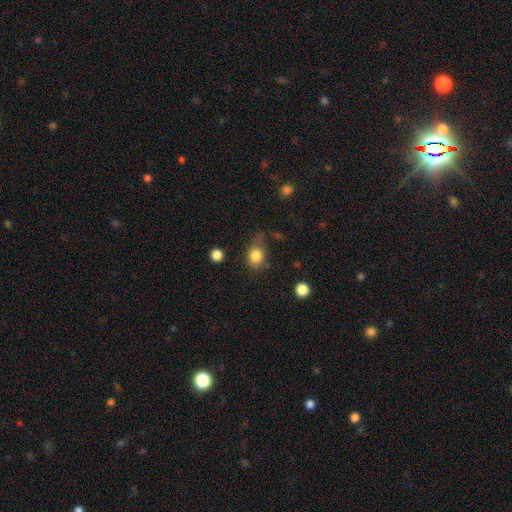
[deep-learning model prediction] Morphology: type=smooth (82%); roundness=round (56%); merging=none (44%).